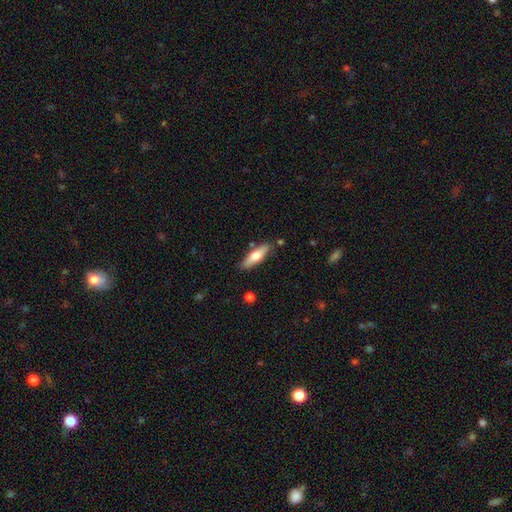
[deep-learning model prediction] Morphology: type=smooth (62%); roundness=cigar-shaped (60%); merging=none (81%).